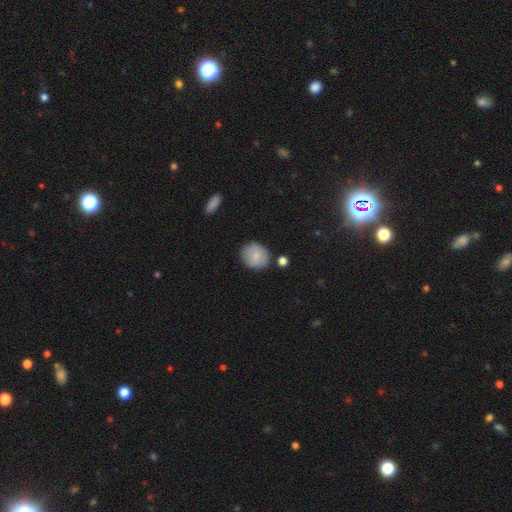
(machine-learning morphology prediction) Q: Smooth or featured?
A: smooth (83%); runner-up: featured or disk (10%)
Q: How rounded?
A: round (76%); runner-up: in between (23%)
Q: Merging?
A: none (80%); runner-up: minor disturbance (13%)